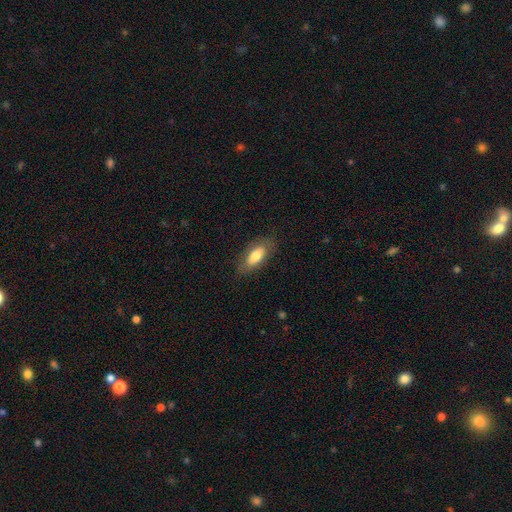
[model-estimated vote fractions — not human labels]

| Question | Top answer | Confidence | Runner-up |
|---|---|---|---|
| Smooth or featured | smooth | 73% | featured or disk (21%) |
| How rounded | in between | 83% | cigar-shaped (14%) |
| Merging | none | 80% | minor disturbance (14%) |